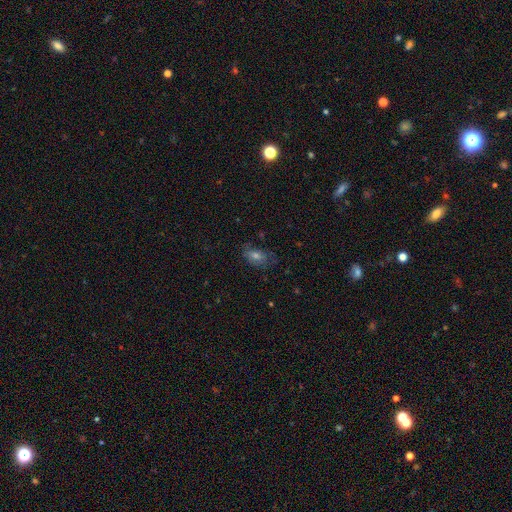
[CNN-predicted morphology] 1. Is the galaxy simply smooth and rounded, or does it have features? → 49% smooth, 29% featured or disk, 22% star or artifact.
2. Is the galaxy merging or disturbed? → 66% none, 22% minor disturbance, 10% major disturbance, 2% merger.